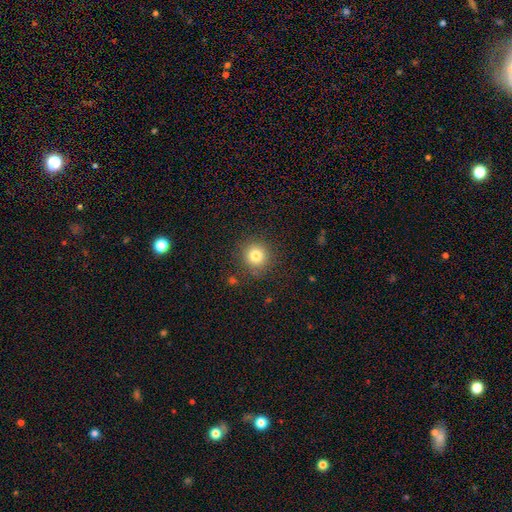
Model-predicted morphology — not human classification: Smooth or featured? smooth (81%)
How rounded? round (91%)
Merging? none (87%)